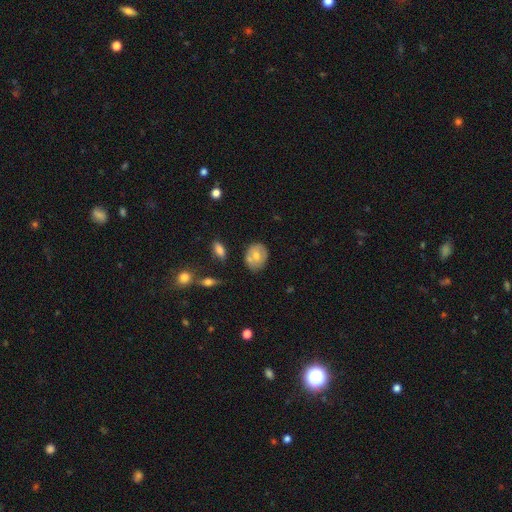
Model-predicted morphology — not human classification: Smooth or featured? smooth (62%)
How rounded? in between (53%)
Merging? none (67%)